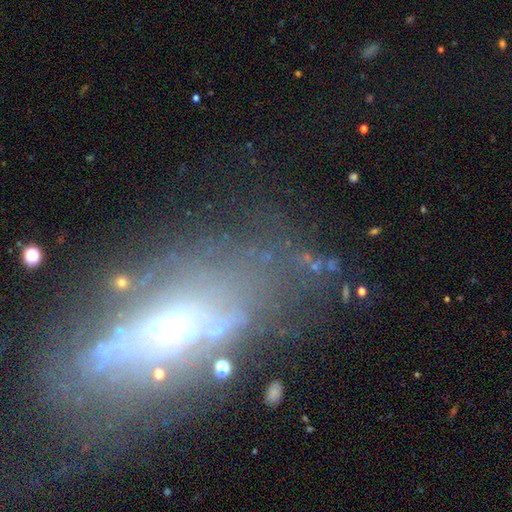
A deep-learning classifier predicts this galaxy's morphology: smooth-or-featured: featured or disk: 65% | smooth: 20% | star or artifact: 15%
  disk-edge-on: no: 75% | yes: 25%
  merging: none: 55% | minor disturbance: 21% | major disturbance: 19% | merger: 5%